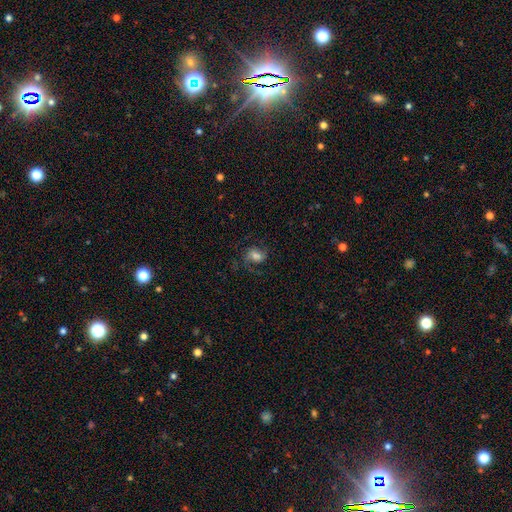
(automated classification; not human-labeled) Q: Smooth or featured?
A: featured or disk (52%); runner-up: smooth (37%)
Q: Edge-on disk?
A: no (97%); runner-up: yes (3%)
Q: Bar?
A: no (48%); runner-up: weak (40%)
Q: Spiral arms?
A: yes (89%); runner-up: no (11%)
Q: Bulge size?
A: moderate (42%); runner-up: large (24%)
Q: Merging?
A: none (60%); runner-up: major disturbance (19%)